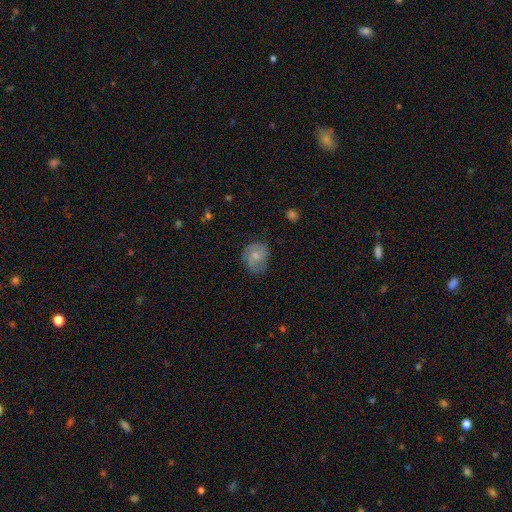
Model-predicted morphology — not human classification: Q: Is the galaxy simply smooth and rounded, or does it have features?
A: smooth — 53%.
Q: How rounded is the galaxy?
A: round — 67%.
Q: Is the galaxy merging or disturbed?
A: none — 65%.